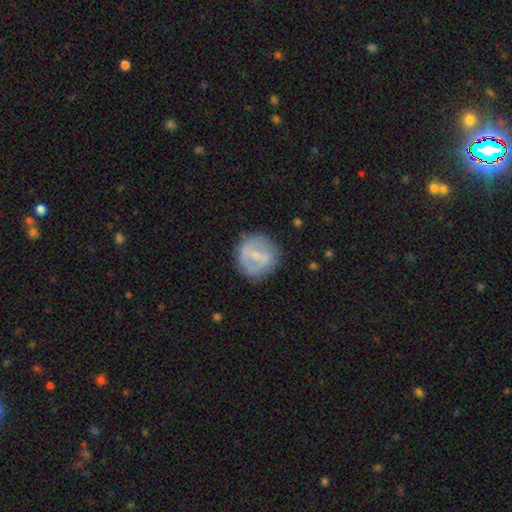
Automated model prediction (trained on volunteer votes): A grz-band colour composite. It shows a featured or disk galaxy (57%) with a weak bar (45%), no spiral arms (54%) and a small central bulge (62%). Merging: none (77%).